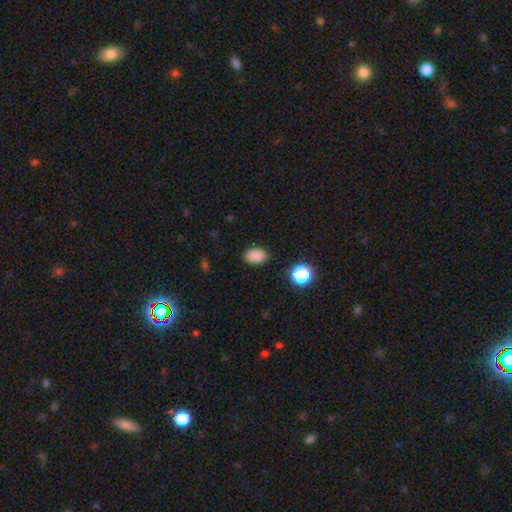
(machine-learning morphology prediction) This is clearly a smooth galaxy (86%). How rounded: likely in between (79%). Merging: clearly none (87%).